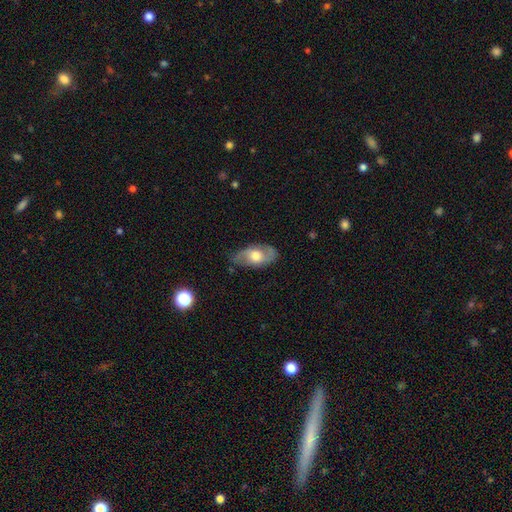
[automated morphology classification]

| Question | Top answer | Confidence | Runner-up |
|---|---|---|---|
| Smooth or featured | featured or disk | 57% | smooth (37%) |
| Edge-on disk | no | 88% | yes (12%) |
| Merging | none | 70% | minor disturbance (22%) |